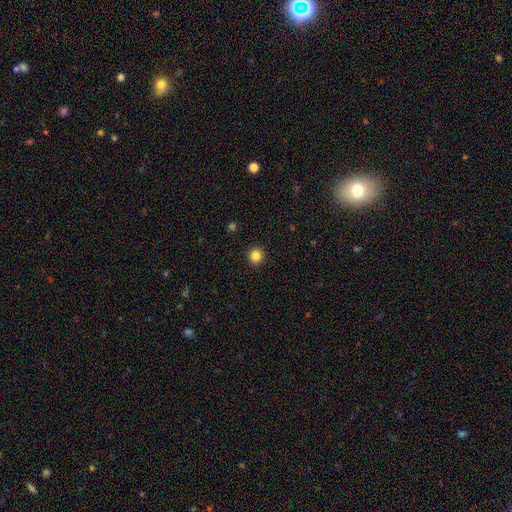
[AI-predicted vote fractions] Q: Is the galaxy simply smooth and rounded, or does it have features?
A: smooth — 85%.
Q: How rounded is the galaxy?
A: round — 92%.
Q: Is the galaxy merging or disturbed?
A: none — 93%.